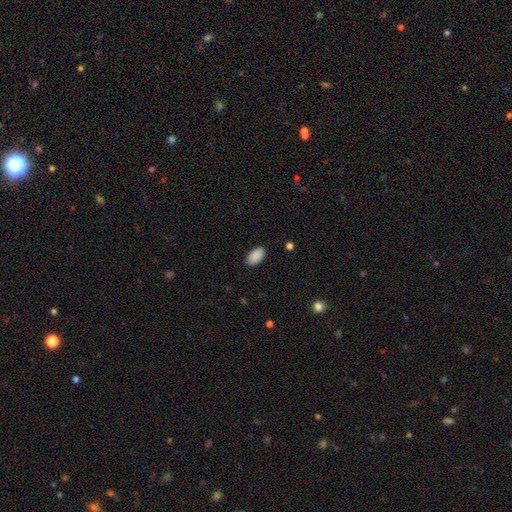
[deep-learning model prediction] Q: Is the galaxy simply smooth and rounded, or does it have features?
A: smooth — 90%.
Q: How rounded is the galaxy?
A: in between — 94%.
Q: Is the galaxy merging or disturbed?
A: none — 86%.